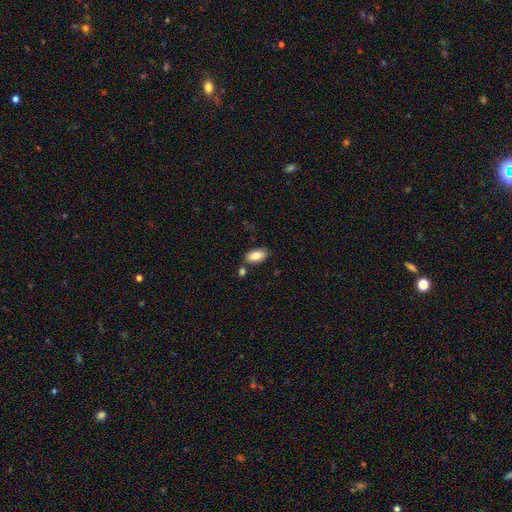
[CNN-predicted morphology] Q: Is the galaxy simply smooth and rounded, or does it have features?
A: smooth — 85%.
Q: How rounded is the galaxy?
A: in between — 93%.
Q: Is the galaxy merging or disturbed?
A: none — 77%.